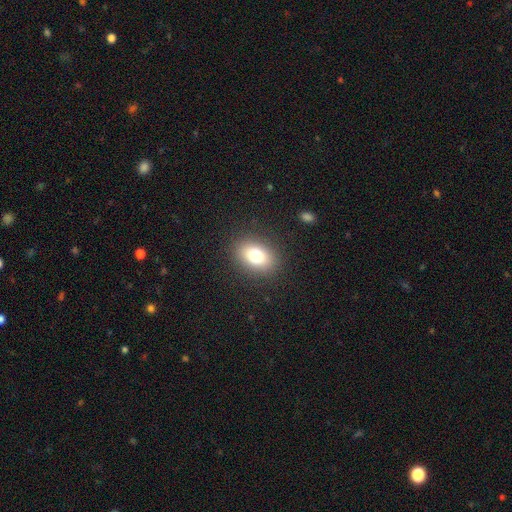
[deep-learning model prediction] Q: Smooth or featured?
A: smooth (77%); runner-up: featured or disk (12%)
Q: How rounded?
A: in between (71%); runner-up: round (28%)
Q: Merging?
A: none (87%); runner-up: minor disturbance (8%)